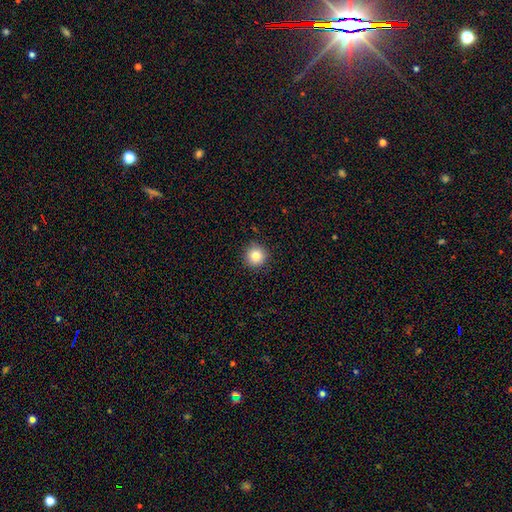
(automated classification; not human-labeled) smooth 83%, star or artifact 10%, featured or disk 6%. Down the decision tree: how rounded — round (95%); merging — none (91%).